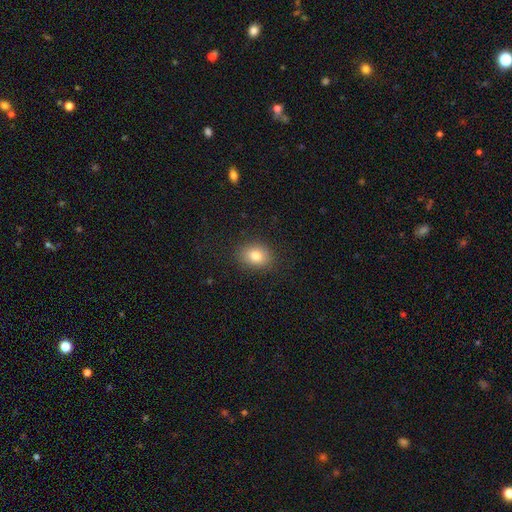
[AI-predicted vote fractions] Morphology: type=smooth (82%); roundness=in between (60%); merging=none (87%).